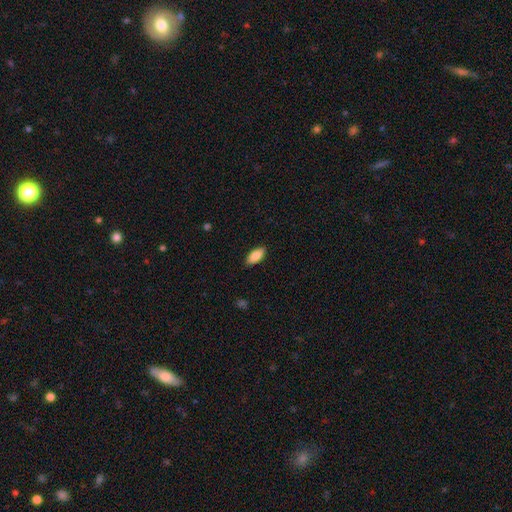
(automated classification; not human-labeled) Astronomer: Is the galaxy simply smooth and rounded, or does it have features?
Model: smooth — 85%.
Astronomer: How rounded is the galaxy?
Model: in between — 87%.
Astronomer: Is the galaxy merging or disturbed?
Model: none — 88%.